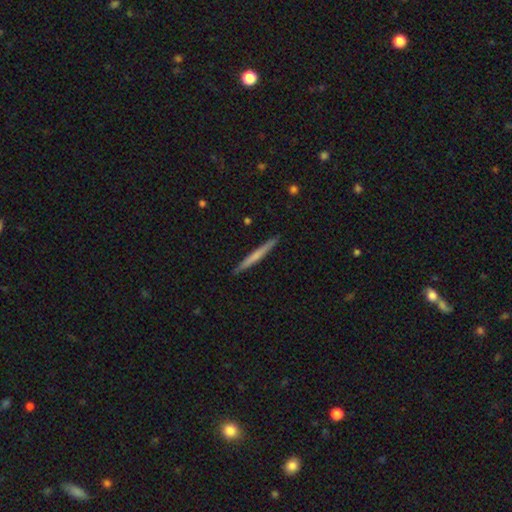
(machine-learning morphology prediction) Overall: smooth (55%; featured or disk 40%). How rounded: cigar-shaped (97%). Merging: none (91%).